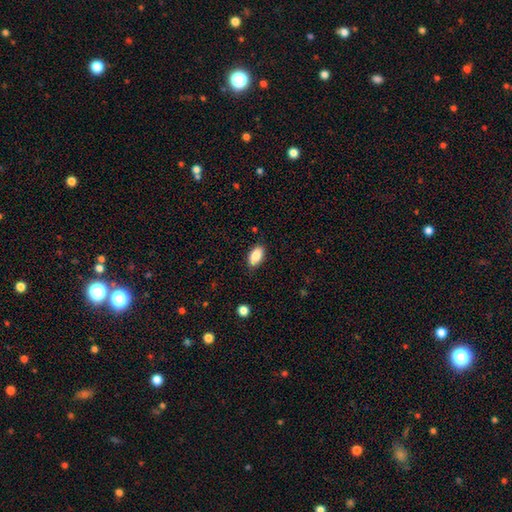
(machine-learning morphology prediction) A smooth galaxy with no disk features (88%) that is in between round and cigar-shaped (93%).

Vote fractions:
- Smooth or featured? smooth: 88% / star or artifact: 7% / featured or disk: 5%
- How rounded? in between: 93% / cigar-shaped: 4% / round: 3%
- Merging? none: 85% / minor disturbance: 12% / major disturbance: 2% / merger: 1%